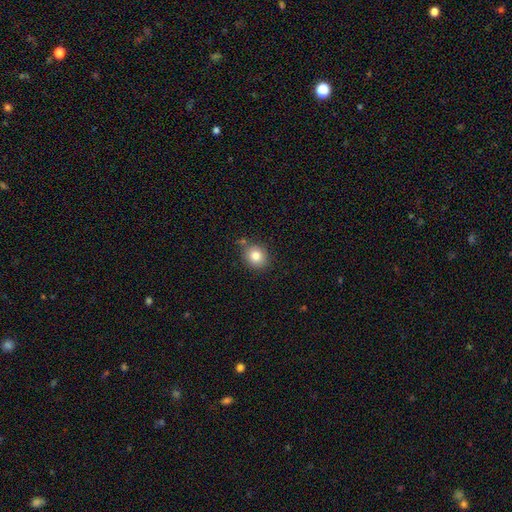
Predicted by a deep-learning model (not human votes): A smooth galaxy with no disk features (82%) that is round (77%). Merging: none (76%).